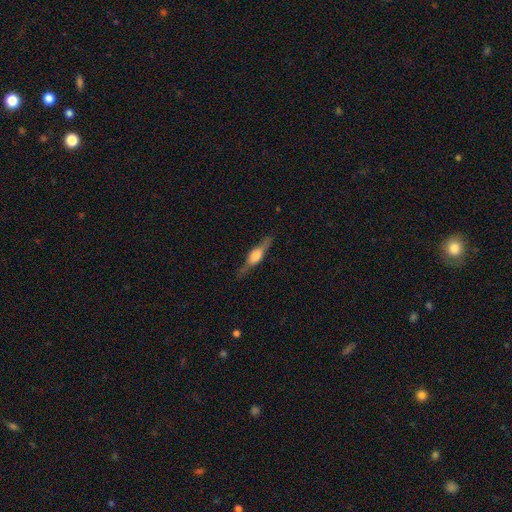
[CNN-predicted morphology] smooth_or_featured: featured or disk (p=0.66) [alt: smooth p=0.28]
disk_edge_on: yes (p=0.94) [alt: no p=0.06]
edge_on_bulge: rounded (p=0.79) [alt: boxy p=0.18]
merging: none (p=0.81) [alt: minor disturbance p=0.14]